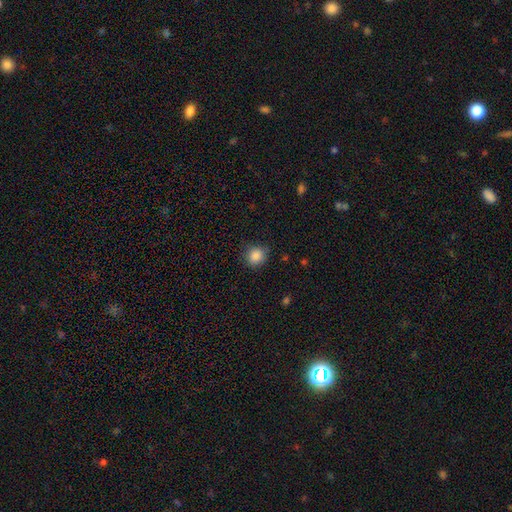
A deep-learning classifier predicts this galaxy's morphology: type=smooth (87%); roundness=round (84%); merging=none (83%).